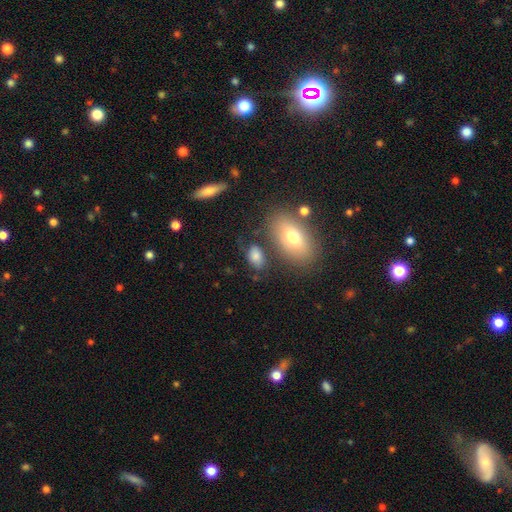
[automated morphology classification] Overall: smooth (79%). How rounded: in between (88%). Merging: none (67%).